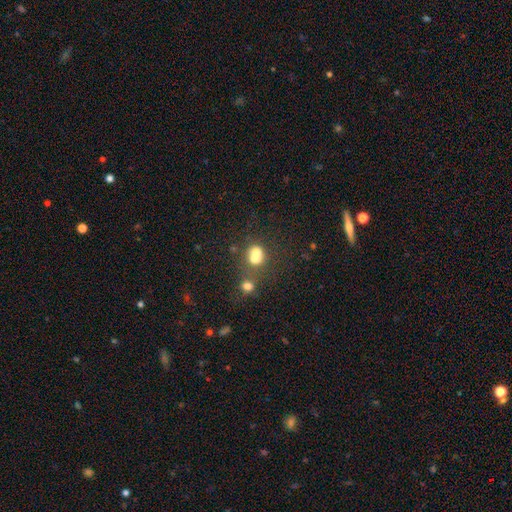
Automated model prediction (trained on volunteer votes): smooth_or_featured: smooth (p=0.69) [alt: featured or disk p=0.17]
how_rounded: round (p=0.60) [alt: in between p=0.39]
merging: merger (p=0.57) [alt: none p=0.28]